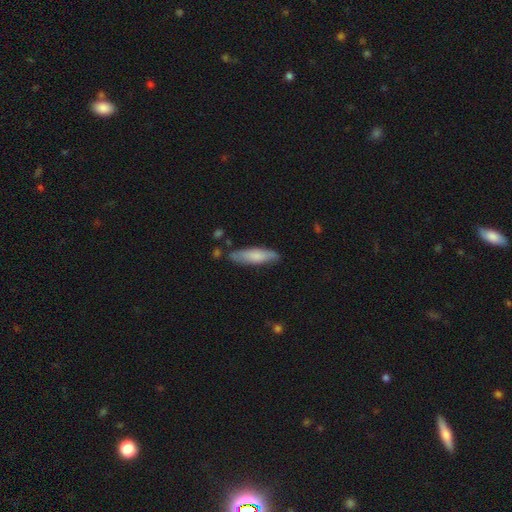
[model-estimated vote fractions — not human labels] Smooth or featured: smooth — 75% (featured or disk — 20%)
How rounded: cigar-shaped — 63% (in between — 35%)
Merging: none — 77% (minor disturbance — 16%)